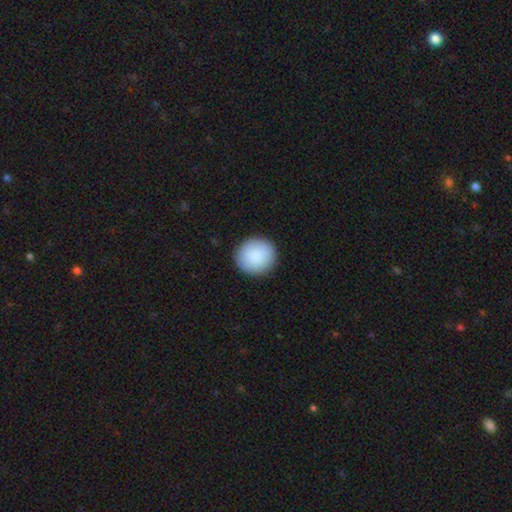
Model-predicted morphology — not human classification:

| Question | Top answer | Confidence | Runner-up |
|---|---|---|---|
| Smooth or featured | smooth | 89% | star or artifact (6%) |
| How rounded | round | 90% | in between (9%) |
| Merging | none | 91% | minor disturbance (6%) |